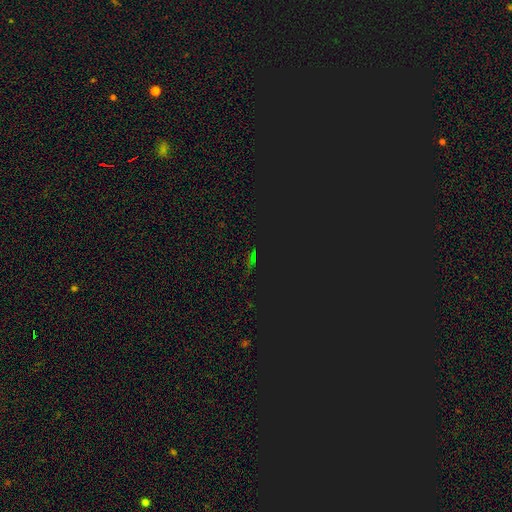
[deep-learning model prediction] smooth-or-featured: star or artifact: 78% | smooth: 14% | featured or disk: 8%